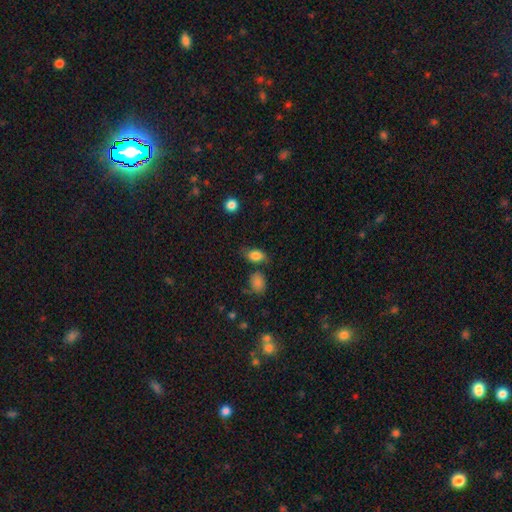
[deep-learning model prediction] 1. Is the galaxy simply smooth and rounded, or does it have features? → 80% smooth, 11% featured or disk, 9% star or artifact.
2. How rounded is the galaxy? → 83% in between, 14% round, 3% cigar-shaped.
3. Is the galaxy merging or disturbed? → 63% none, 22% minor disturbance, 8% merger, 7% major disturbance.